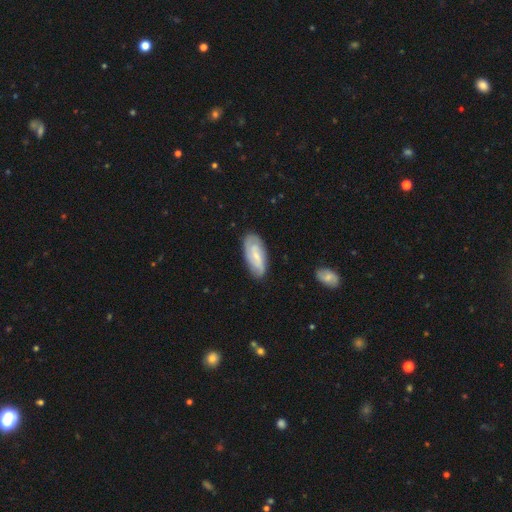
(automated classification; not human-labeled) A featured or disk galaxy (51%).

Vote fractions:
- Smooth or featured? featured or disk: 51% / smooth: 42% / star or artifact: 6%
- Edge-on disk? no: 91% / yes: 9%
- Merging? none: 80% / minor disturbance: 15% / major disturbance: 3% / merger: 2%